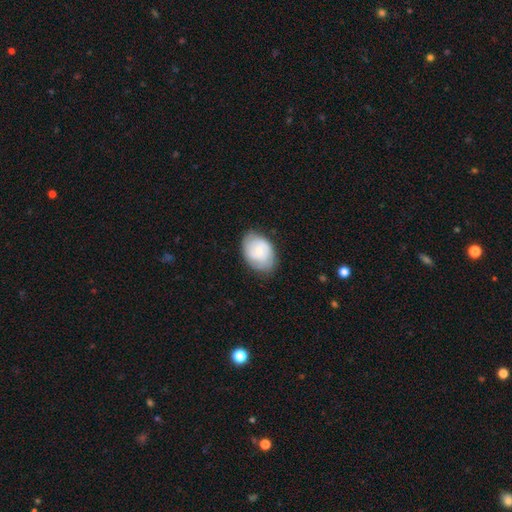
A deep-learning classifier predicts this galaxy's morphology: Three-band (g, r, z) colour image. It shows a featured or disk galaxy (51%). Merging: none (75%).